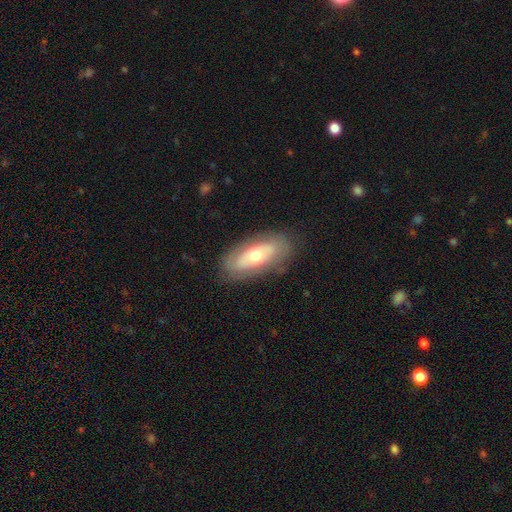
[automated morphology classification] This is possibly a featured or disk galaxy (52%). It is clearly not viewed edge-on (82%). Merging: clearly none (81%).